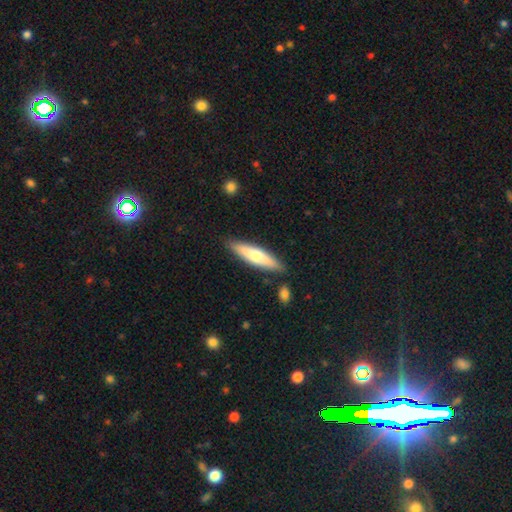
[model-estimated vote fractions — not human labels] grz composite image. It shows a smooth galaxy with no disk features (59%) that is cigar-shaped (78%). Merging: none (84%).